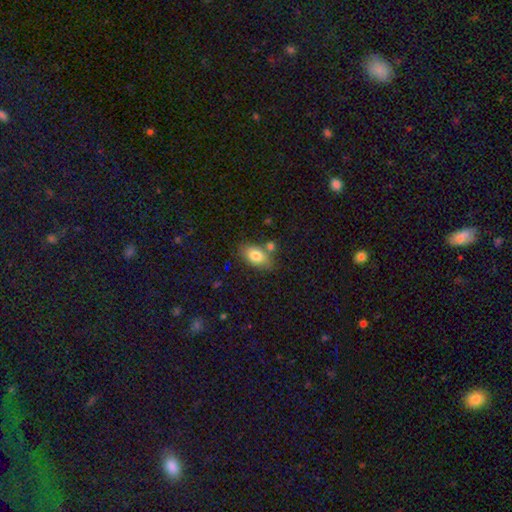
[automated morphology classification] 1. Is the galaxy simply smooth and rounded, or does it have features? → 80% smooth, 12% featured or disk, 8% star or artifact.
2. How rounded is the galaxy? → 89% in between, 9% round, 3% cigar-shaped.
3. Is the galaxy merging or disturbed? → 70% none, 15% minor disturbance, 12% merger, 4% major disturbance.